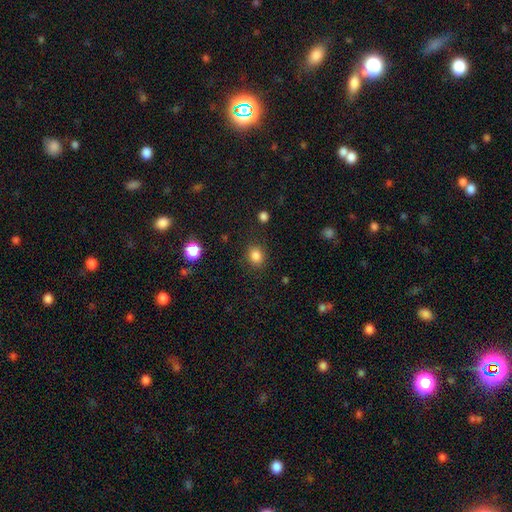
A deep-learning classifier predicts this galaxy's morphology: Q: Smooth or featured?
A: smooth (84%); runner-up: star or artifact (11%)
Q: How rounded?
A: round (66%); runner-up: in between (33%)
Q: Merging?
A: none (86%); runner-up: minor disturbance (9%)